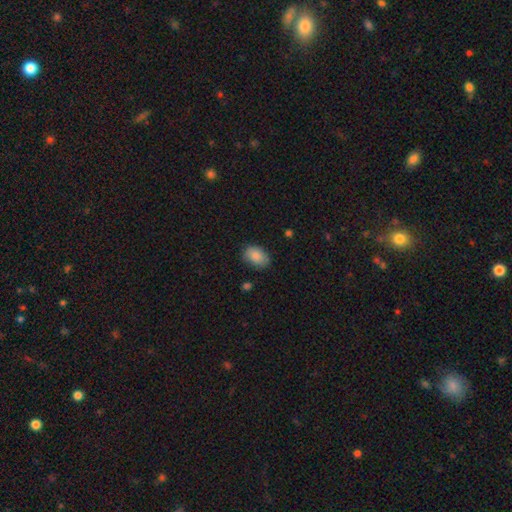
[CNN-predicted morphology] Overall: smooth (87%). How rounded: in between (78%). Merging: none (76%).